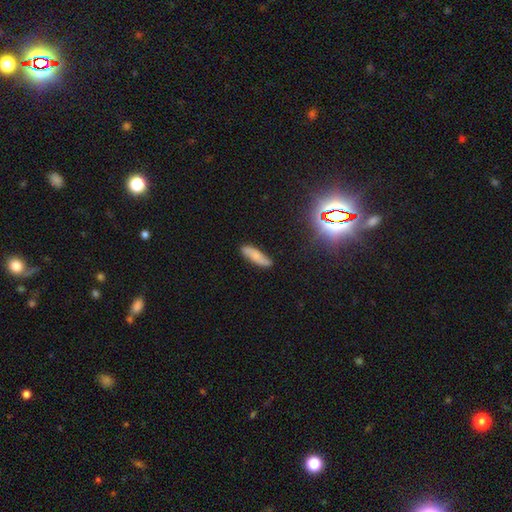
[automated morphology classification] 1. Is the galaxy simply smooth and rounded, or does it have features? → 70% smooth, 23% featured or disk, 8% star or artifact.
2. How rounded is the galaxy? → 62% cigar-shaped, 36% in between, 2% round.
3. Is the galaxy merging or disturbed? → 83% none, 13% minor disturbance, 2% major disturbance, 2% merger.